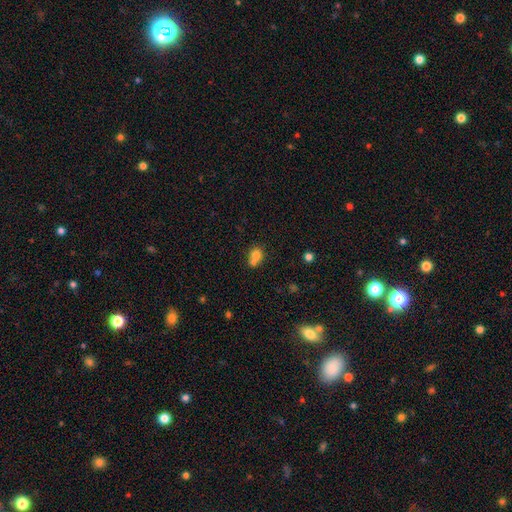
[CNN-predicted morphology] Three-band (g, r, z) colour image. It shows a smooth galaxy with no disk features (76%) that is round (68%). Merging: merger (52%).